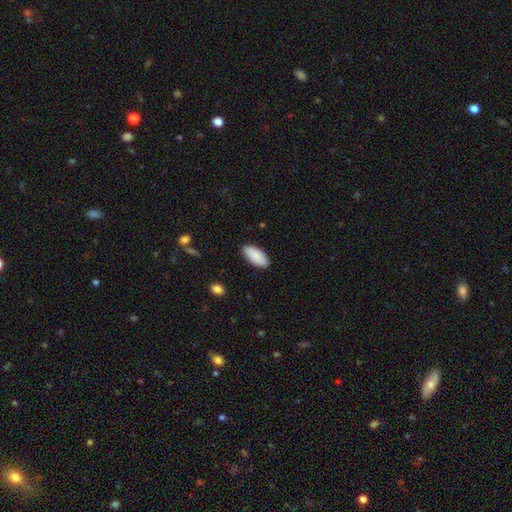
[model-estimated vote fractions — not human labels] This is clearly a smooth galaxy (88%). How rounded: clearly in between (92%). Merging: clearly none (88%).